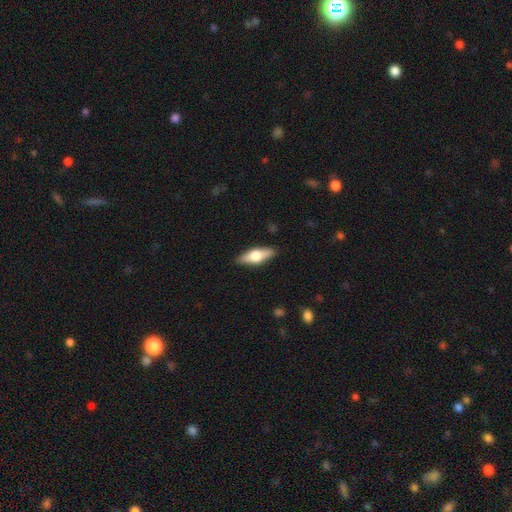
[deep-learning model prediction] featured or disk 48%, smooth 46%, star or artifact 6%. Down the decision tree: merging — none (88%).